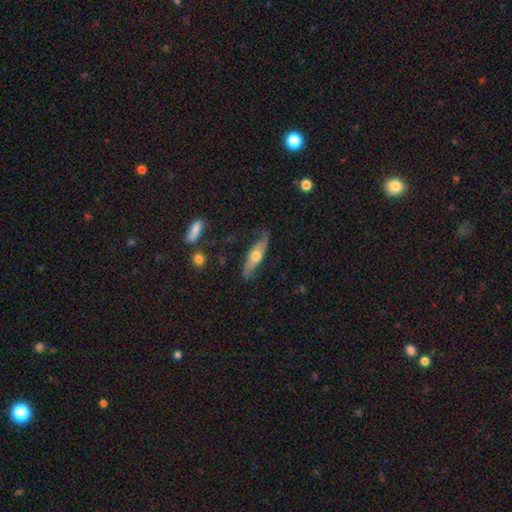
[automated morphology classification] Smooth or featured? Predicted: featured or disk (p=0.54). Edge-on disk? Predicted: yes (p=0.69). Merging? Predicted: none (p=0.72).